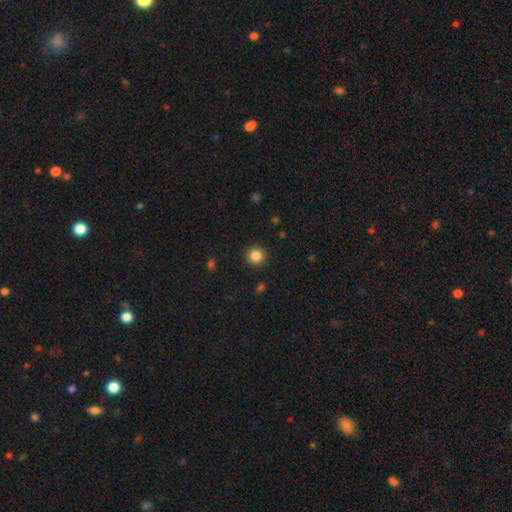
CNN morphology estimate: Smooth or featured? Predicted: smooth (p=0.85). How rounded? Predicted: round (p=0.94). Merging? Predicted: none (p=0.91).